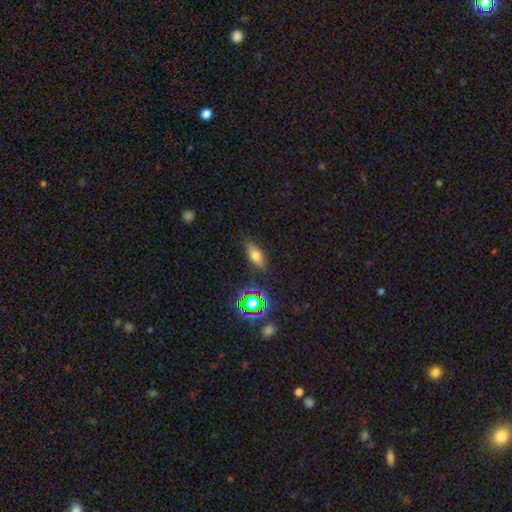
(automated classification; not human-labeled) Q: Smooth or featured?
A: smooth (64%); runner-up: featured or disk (20%)
Q: How rounded?
A: in between (68%); runner-up: cigar-shaped (25%)
Q: Merging?
A: none (83%); runner-up: minor disturbance (12%)